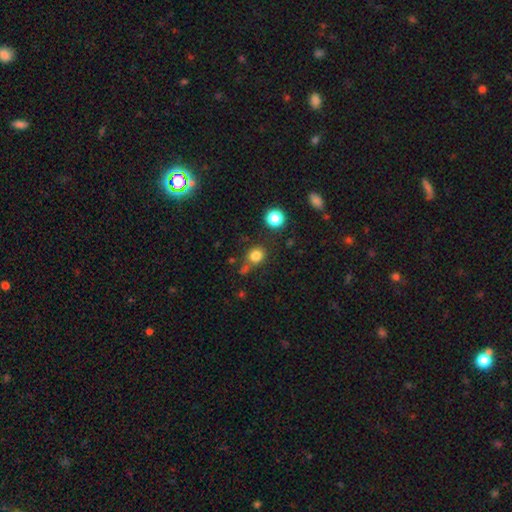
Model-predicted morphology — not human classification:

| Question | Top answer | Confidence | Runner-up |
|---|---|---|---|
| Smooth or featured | smooth | 81% | star or artifact (14%) |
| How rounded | round | 80% | in between (19%) |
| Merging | none | 69% | minor disturbance (15%) |